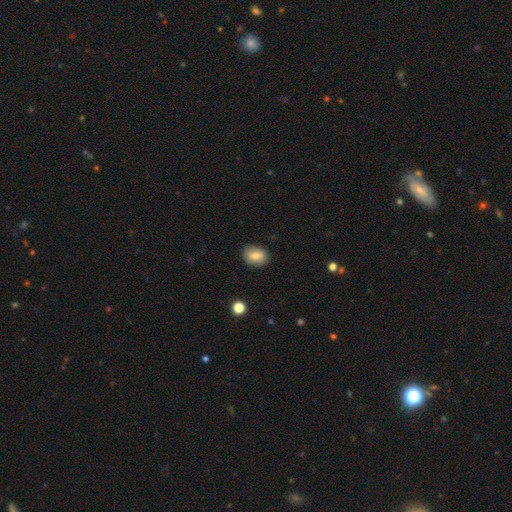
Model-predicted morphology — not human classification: smooth 77%, featured or disk 14%, star or artifact 9%. Down the decision tree: how rounded — in between (64%); merging — none (87%).